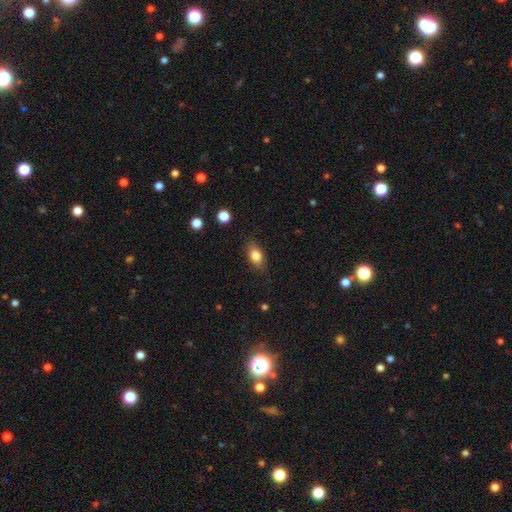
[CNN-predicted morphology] smooth-or-featured: smooth: 81% | featured or disk: 11% | star or artifact: 8%
  how-rounded: in between: 82% | round: 13% | cigar-shaped: 5%
  merging: none: 83% | minor disturbance: 13% | major disturbance: 3% | merger: 1%